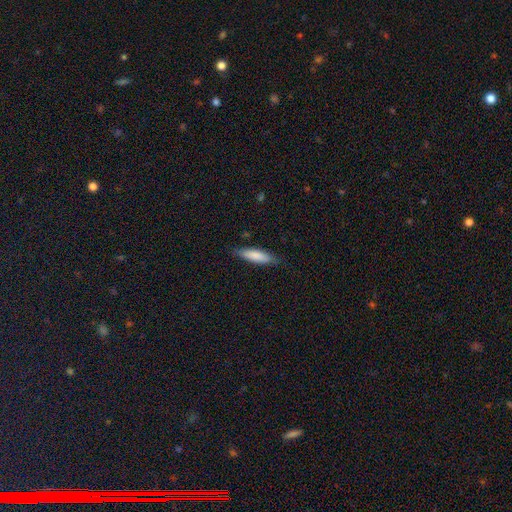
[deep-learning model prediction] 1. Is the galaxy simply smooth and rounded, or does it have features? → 82% smooth, 13% featured or disk, 5% star or artifact.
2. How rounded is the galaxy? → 67% cigar-shaped, 31% in between, 1% round.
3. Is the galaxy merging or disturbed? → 82% none, 14% minor disturbance, 2% major disturbance, 1% merger.